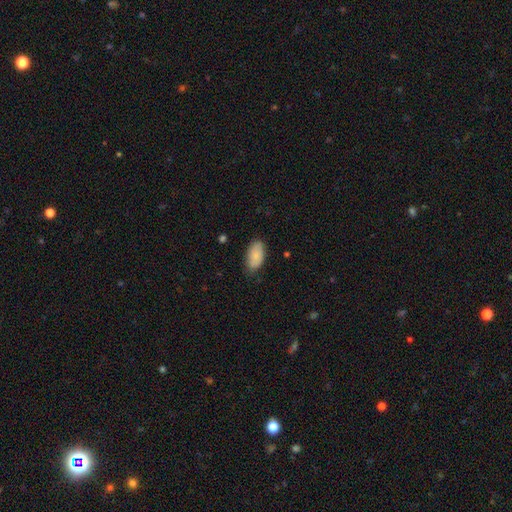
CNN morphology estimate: A smooth galaxy with no disk features (81%) that is in between round and cigar-shaped (94%).

Vote fractions:
- Smooth or featured? smooth: 81% / featured or disk: 13% / star or artifact: 6%
- How rounded? in between: 94% / round: 3% / cigar-shaped: 2%
- Merging? none: 77% / minor disturbance: 19% / major disturbance: 3% / merger: 1%